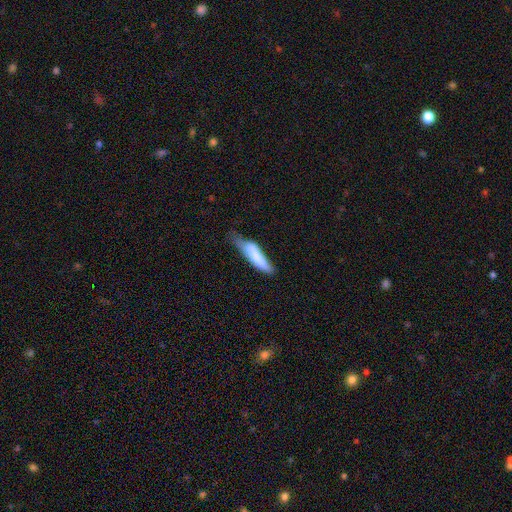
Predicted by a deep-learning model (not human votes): Q: Smooth or featured?
A: smooth (78%); runner-up: featured or disk (16%)
Q: How rounded?
A: cigar-shaped (75%); runner-up: in between (23%)
Q: Merging?
A: minor disturbance (42%); runner-up: none (34%)